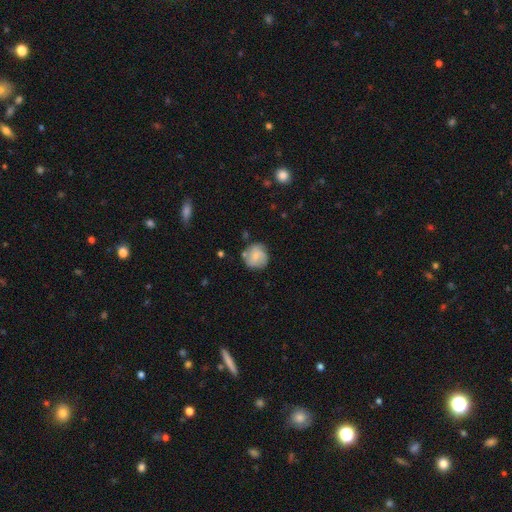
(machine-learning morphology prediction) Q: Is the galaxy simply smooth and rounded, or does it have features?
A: smooth — 59%.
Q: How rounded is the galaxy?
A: round — 87%.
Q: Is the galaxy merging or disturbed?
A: none — 69%.